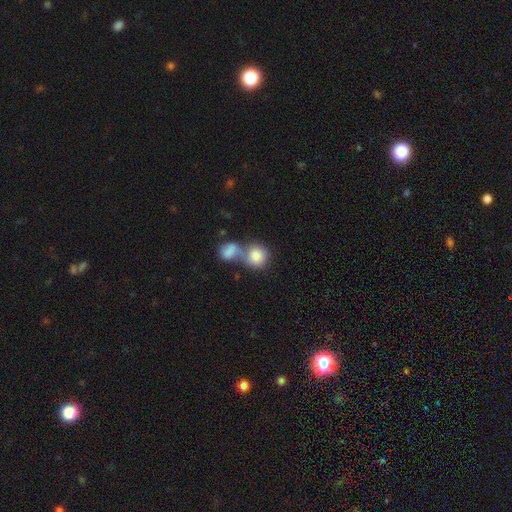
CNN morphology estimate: Smooth or featured: smooth — 84% (featured or disk — 9%)
How rounded: round — 76% (in between — 22%)
Merging: merger — 62% (none — 25%)